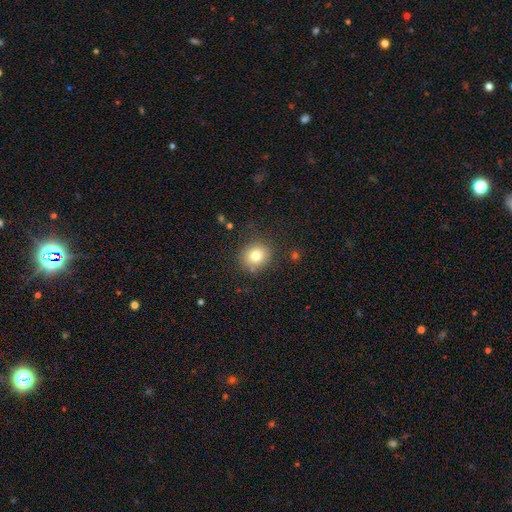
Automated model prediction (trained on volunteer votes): Smooth or featured?
  - smooth: 79% *
  - star or artifact: 12%
  - featured or disk: 10%
How rounded?
  - round: 82% *
  - in between: 17%
  - cigar-shaped: 1%
Merging?
  - none: 83% *
  - minor disturbance: 11%
  - major disturbance: 4%
  - merger: 2%